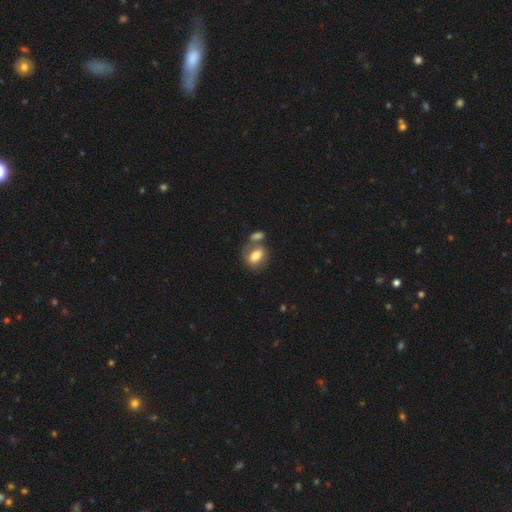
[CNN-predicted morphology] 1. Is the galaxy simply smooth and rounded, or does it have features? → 73% smooth, 19% featured or disk, 8% star or artifact.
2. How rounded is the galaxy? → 77% in between, 20% round, 3% cigar-shaped.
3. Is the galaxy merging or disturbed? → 43% none, 38% merger, 13% minor disturbance, 6% major disturbance.